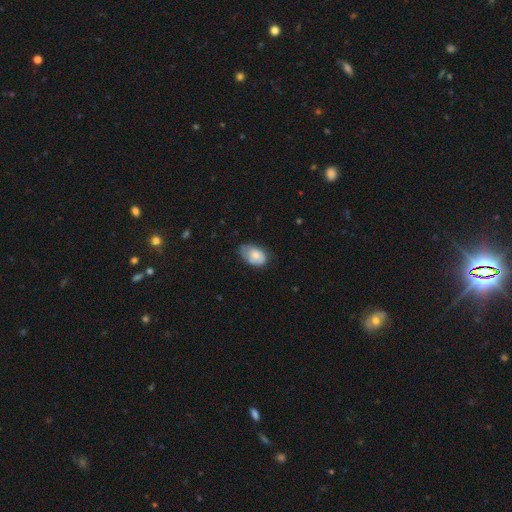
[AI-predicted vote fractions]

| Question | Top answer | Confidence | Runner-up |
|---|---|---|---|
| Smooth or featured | smooth | 73% | featured or disk (20%) |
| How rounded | in between | 91% | round (8%) |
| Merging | none | 50% | minor disturbance (37%) |